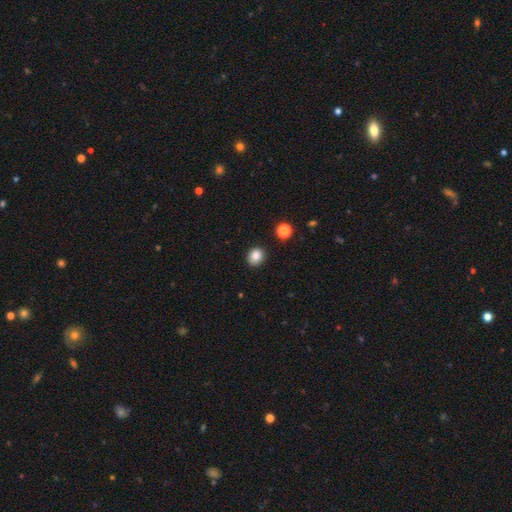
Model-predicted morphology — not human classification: A smooth galaxy with no disk features (85%) that is round (69%). Merging: none (89%).